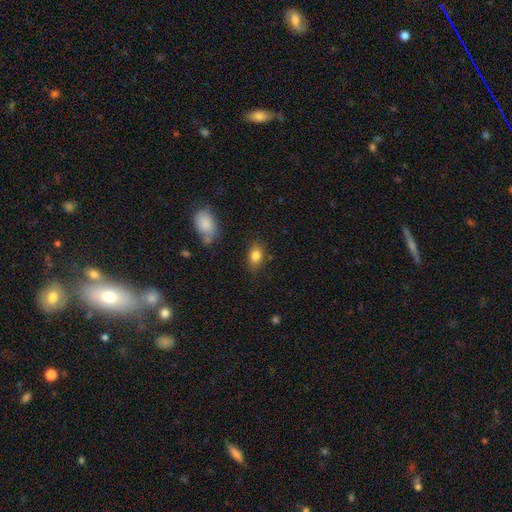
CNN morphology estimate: Overall: smooth (82%). How rounded: in between (81%). Merging: none (78%).